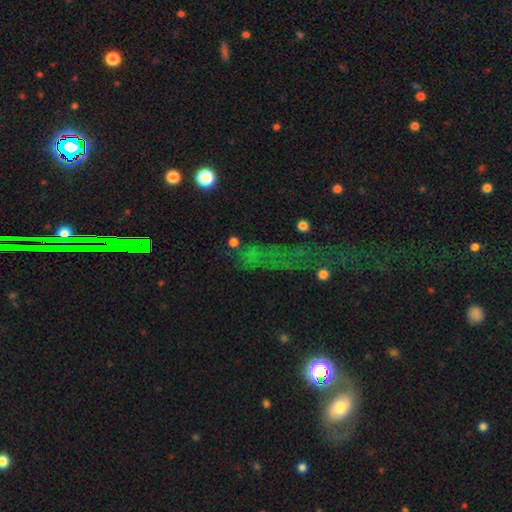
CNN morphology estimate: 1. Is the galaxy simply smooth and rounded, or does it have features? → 60% star or artifact, 24% smooth, 16% featured or disk.